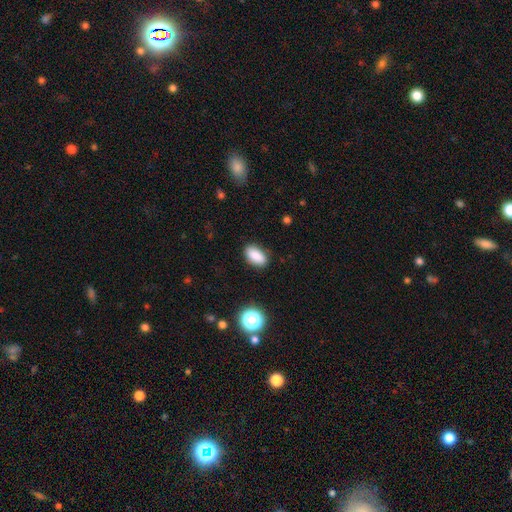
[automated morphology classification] A smooth galaxy with no disk features (86%) that is in between round and cigar-shaped (91%). Merging: none (86%).